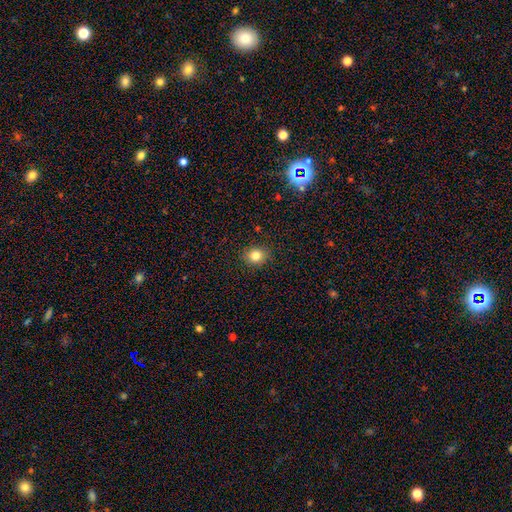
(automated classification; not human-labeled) A smooth galaxy with no disk features (82%) that is round (77%). Merging: none (89%).